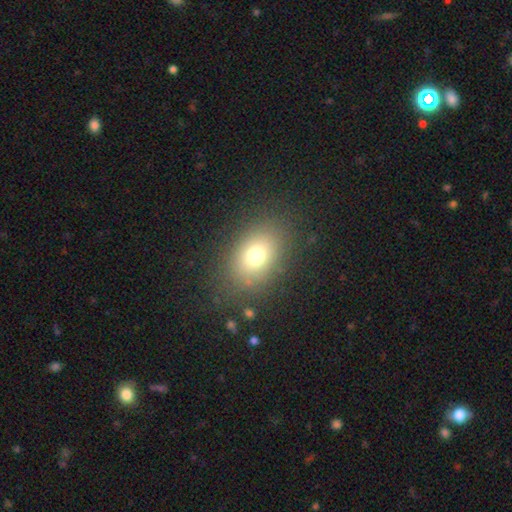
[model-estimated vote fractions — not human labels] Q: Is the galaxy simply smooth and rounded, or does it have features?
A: smooth — 72%.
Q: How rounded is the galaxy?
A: in between — 69%.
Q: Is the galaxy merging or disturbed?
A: none — 82%.